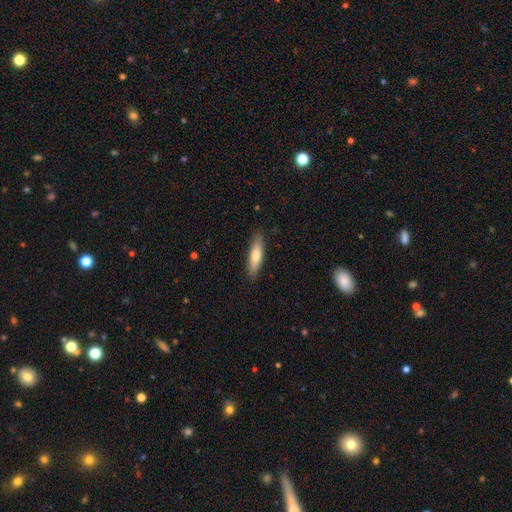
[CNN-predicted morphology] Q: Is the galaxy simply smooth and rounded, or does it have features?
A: smooth — 71%.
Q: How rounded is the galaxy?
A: cigar-shaped — 66%.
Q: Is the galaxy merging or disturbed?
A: none — 88%.